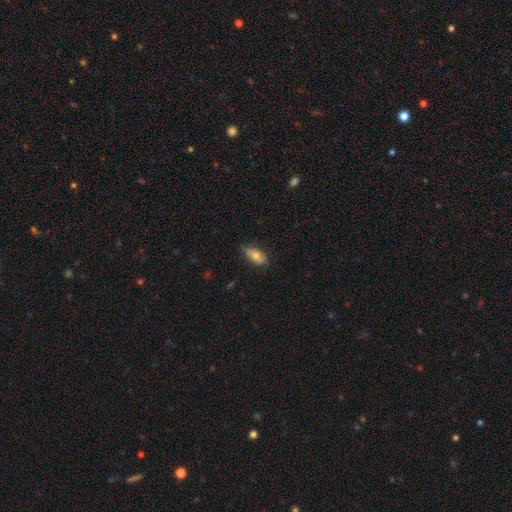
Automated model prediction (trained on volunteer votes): Smooth or featured? Predicted: smooth (p=0.71). How rounded? Predicted: in between (p=0.89). Merging? Predicted: none (p=0.70).